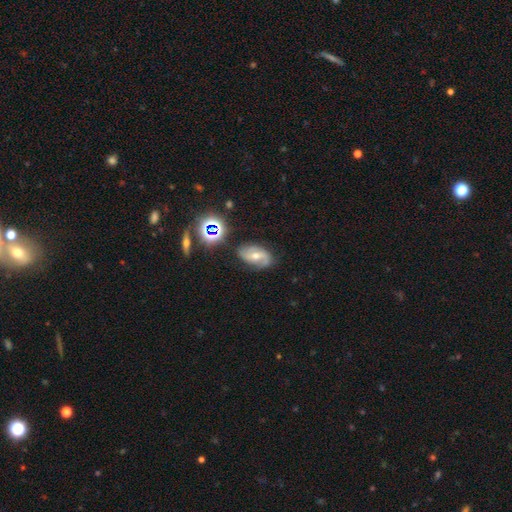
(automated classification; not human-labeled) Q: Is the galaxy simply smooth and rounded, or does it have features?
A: featured or disk — 65%.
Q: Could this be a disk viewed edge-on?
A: no — 94%.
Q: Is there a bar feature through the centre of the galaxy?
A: no — 44%.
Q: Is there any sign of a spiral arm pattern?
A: yes — 88%.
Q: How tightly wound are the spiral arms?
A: medium — 42%.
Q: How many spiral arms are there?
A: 2 — 77%.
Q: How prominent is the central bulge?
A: moderate — 56%.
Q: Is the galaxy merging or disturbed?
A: none — 76%.